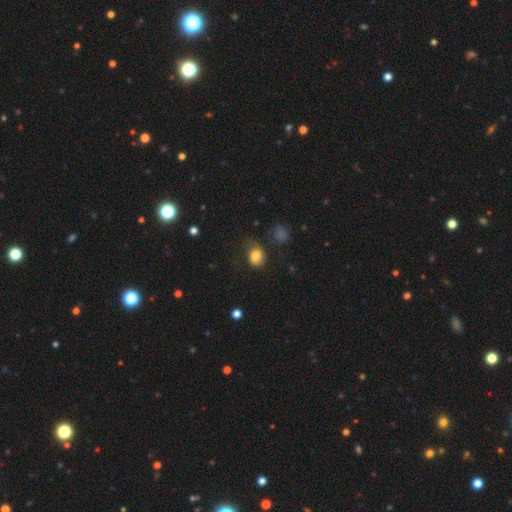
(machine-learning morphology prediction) The model was most divided on "how rounded": in between: 52%, round: 47%, cigar-shaped: 1%. More confident: smooth or featured — smooth (77%); merging — none (54%).